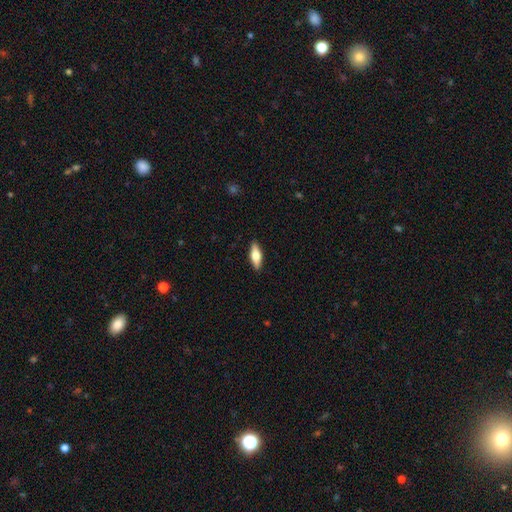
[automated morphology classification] Smooth or featured? Predicted: smooth (p=0.60). How rounded? Predicted: in between (p=0.62). Merging? Predicted: none (p=0.90).